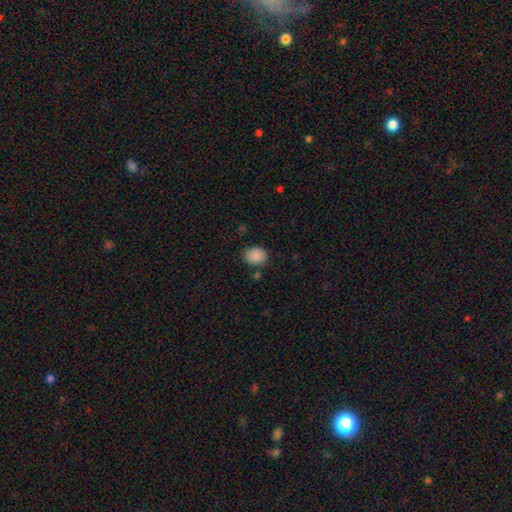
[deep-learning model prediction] This is clearly a smooth galaxy (89%). How rounded: possibly in between (55%). Merging: clearly none (81%).